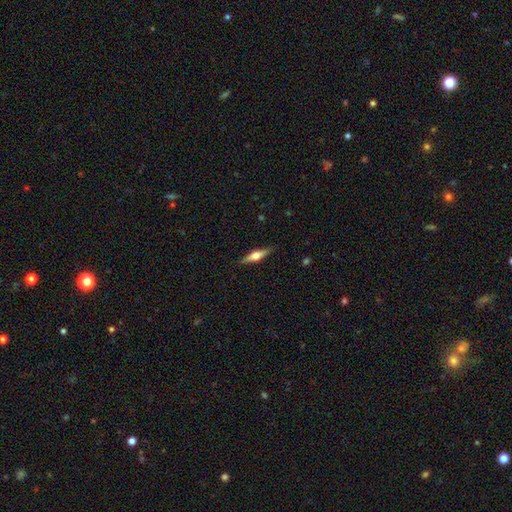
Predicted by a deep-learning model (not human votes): Smooth or featured? Predicted: featured or disk (p=0.60). Edge-on disk? Predicted: yes (p=0.96). Edge-on bulge? Predicted: rounded (p=0.94). Merging? Predicted: none (p=0.88).